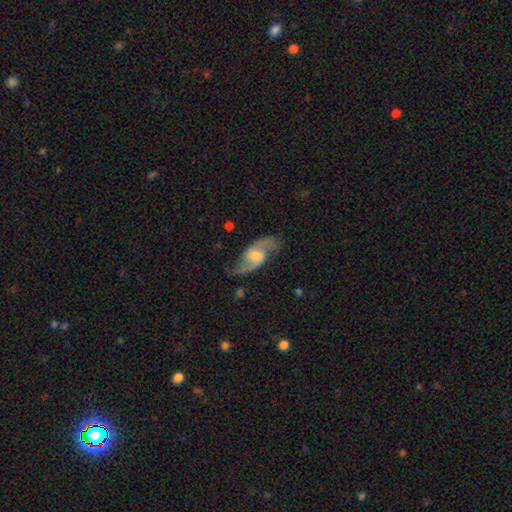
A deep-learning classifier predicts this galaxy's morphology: A featured or disk galaxy (84%) with a weak bar (45%, tied with no), 2 (93%) loose (51%) spiral arms (96%) and a moderate central bulge (45%).

Vote fractions:
- Smooth or featured? featured or disk: 84% / smooth: 10% / star or artifact: 6%
- Edge-on disk? no: 95% / yes: 5%
- Bar? weak: 45% (tied) / no: 45% (tied) / strong: 10%
- Spiral arms? yes: 96% / no: 4%
- Spiral winding? loose: 51% / medium: 40% / tight: 9%
- Spiral arm count? 2: 93% / can't tell: 3% / 1: 2% / 3: 1% / 4: 1% / more than 4: 1%
- Bulge size? moderate: 45% / small: 31% / large: 13% / none: 9% / dominant: 2%
- Merging? none: 77% / minor disturbance: 15% / major disturbance: 6% / merger: 2%